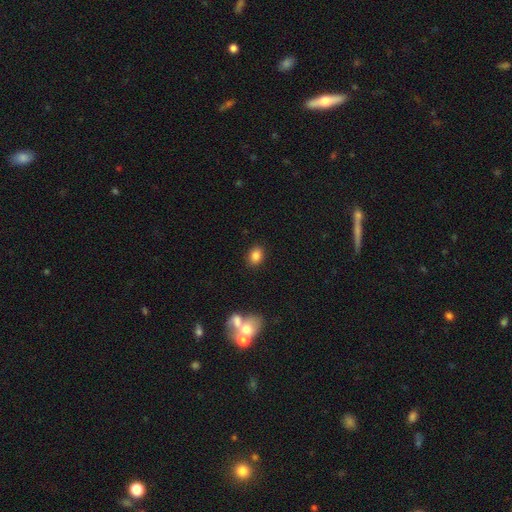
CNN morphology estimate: smooth-or-featured: smooth: 84% | star or artifact: 10% | featured or disk: 6%
  how-rounded: in between: 64% | round: 34% | cigar-shaped: 1%
  merging: none: 86% | minor disturbance: 9% | merger: 3% | major disturbance: 3%